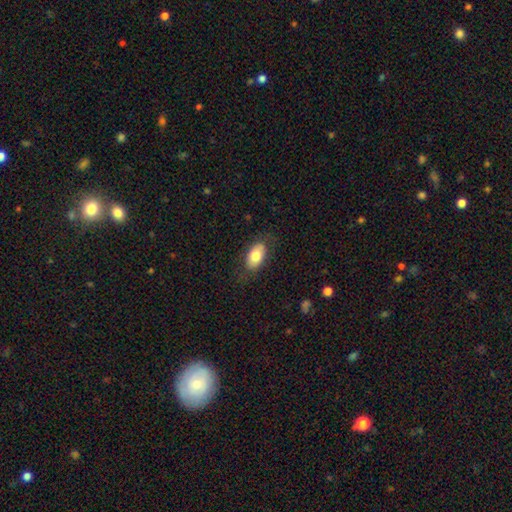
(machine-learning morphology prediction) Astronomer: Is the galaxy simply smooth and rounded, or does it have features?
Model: smooth — 76%.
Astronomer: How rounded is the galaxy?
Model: in between — 92%.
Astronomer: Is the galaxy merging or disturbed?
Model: none — 80%.